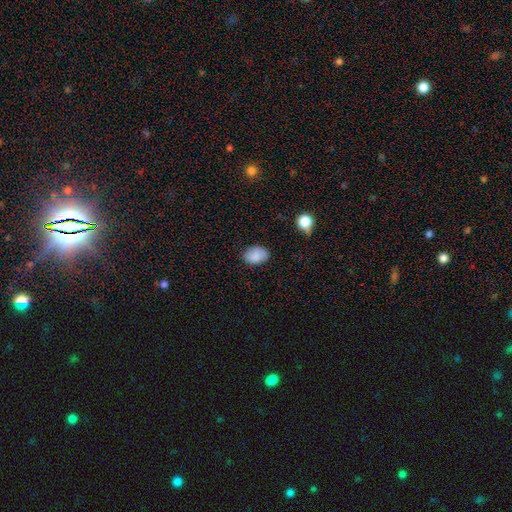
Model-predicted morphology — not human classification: Smooth or featured: smooth — 86% (star or artifact — 8%)
How rounded: in between — 78% (round — 20%)
Merging: none — 83% (minor disturbance — 13%)